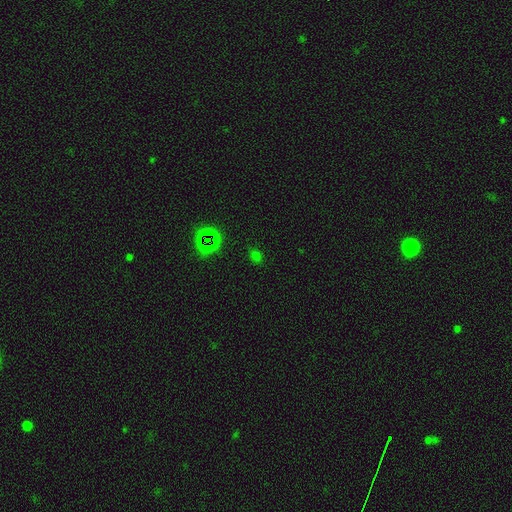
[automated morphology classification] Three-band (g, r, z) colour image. It shows a smooth galaxy with no disk features (51%) that is in between round and cigar-shaped (52%). Merging: none (82%).